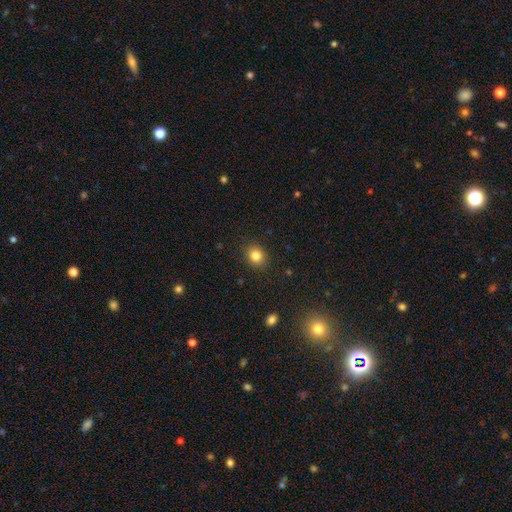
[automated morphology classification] Smooth or featured?
  - smooth: 83% *
  - star or artifact: 11%
  - featured or disk: 6%
How rounded?
  - round: 73% *
  - in between: 26%
  - cigar-shaped: 1%
Merging?
  - none: 89% *
  - minor disturbance: 7%
  - major disturbance: 2%
  - merger: 1%